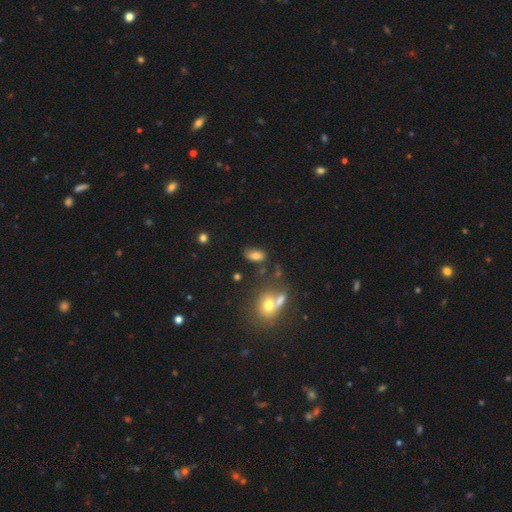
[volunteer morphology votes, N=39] Smooth or featured? smooth (85%)
How rounded? in between (91%)
Merging? none (69%)